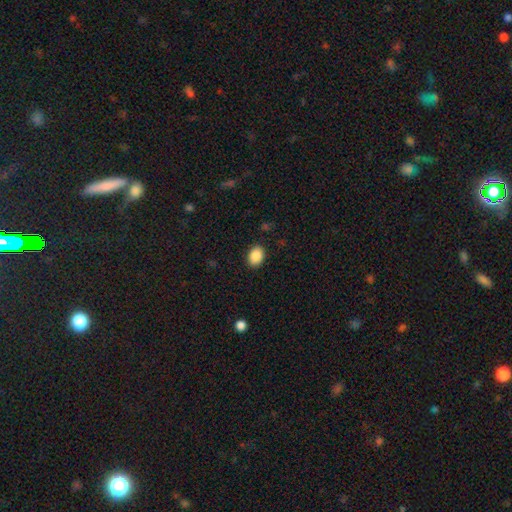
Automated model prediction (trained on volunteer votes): Q: Smooth or featured?
A: smooth (89%); runner-up: star or artifact (8%)
Q: How rounded?
A: in between (73%); runner-up: round (26%)
Q: Merging?
A: none (89%); runner-up: minor disturbance (8%)